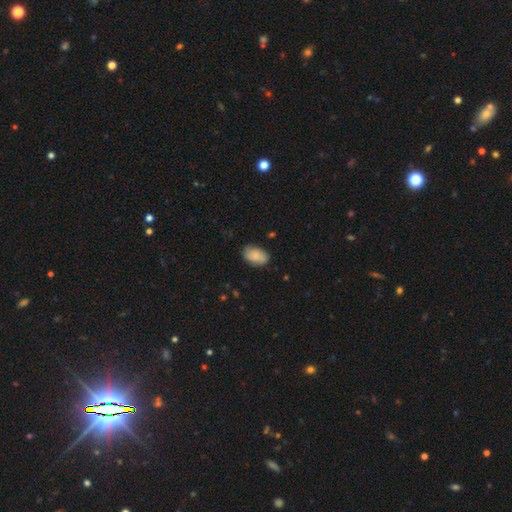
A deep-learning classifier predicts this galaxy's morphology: Smooth or featured? Predicted: smooth (p=0.77). How rounded? Predicted: in between (p=0.90). Merging? Predicted: none (p=0.74).